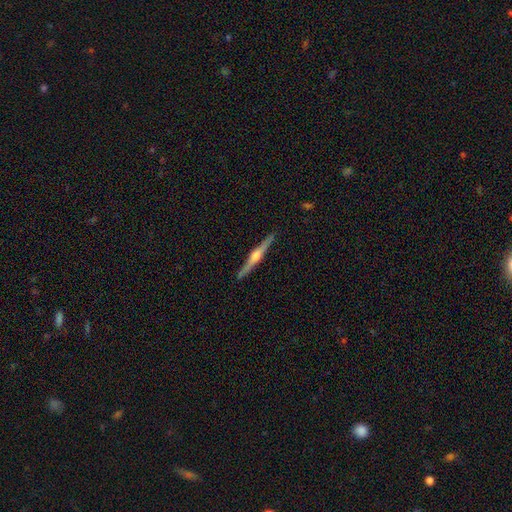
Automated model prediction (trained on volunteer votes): Smooth or featured: featured or disk — 80% (smooth — 15%)
Edge-on disk: yes — 99% (no — 1%)
Edge-on bulge: rounded — 90% (boxy — 6%)
Merging: none — 92% (minor disturbance — 6%)